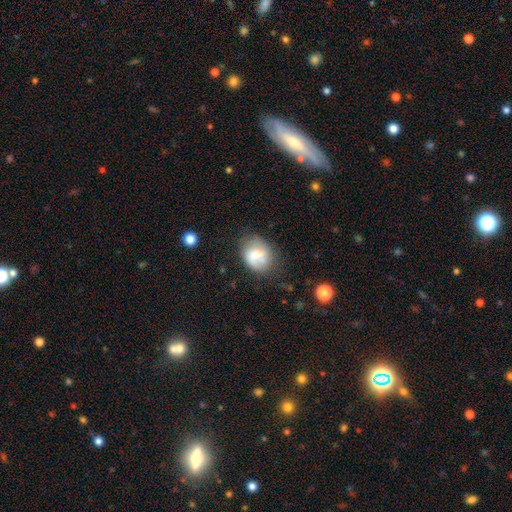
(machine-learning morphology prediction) smooth 60%, featured or disk 31%, star or artifact 9%. Down the decision tree: how rounded — round (52%); merging — none (56%).